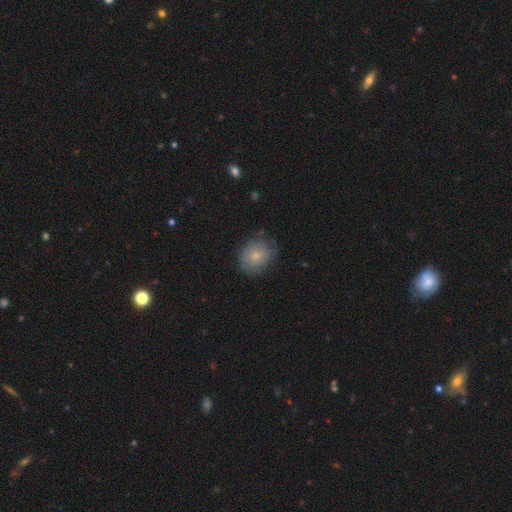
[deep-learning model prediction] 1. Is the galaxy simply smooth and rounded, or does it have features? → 76% smooth, 17% featured or disk, 8% star or artifact.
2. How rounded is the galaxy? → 66% round, 33% in between, 1% cigar-shaped.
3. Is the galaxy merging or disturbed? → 69% none, 23% minor disturbance, 6% major disturbance, 1% merger.